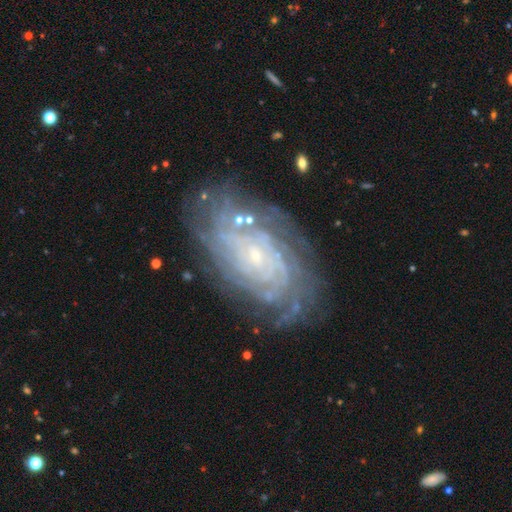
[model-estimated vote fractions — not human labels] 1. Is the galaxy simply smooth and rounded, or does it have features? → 87% featured or disk, 7% smooth, 6% star or artifact.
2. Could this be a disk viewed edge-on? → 96% no, 4% yes.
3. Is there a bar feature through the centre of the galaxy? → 74% no, 20% weak, 6% strong.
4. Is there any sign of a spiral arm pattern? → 96% yes, 4% no.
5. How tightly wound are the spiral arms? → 79% tight, 17% medium, 4% loose.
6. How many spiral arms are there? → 34% can't tell, 21% more than 4, 19% 4, 10% 3, 9% 2, 7% 1.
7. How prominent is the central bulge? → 84% small, 11% moderate, 3% none, 1% large, 1% dominant.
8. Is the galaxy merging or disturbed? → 75% none, 16% minor disturbance, 6% major disturbance, 3% merger.